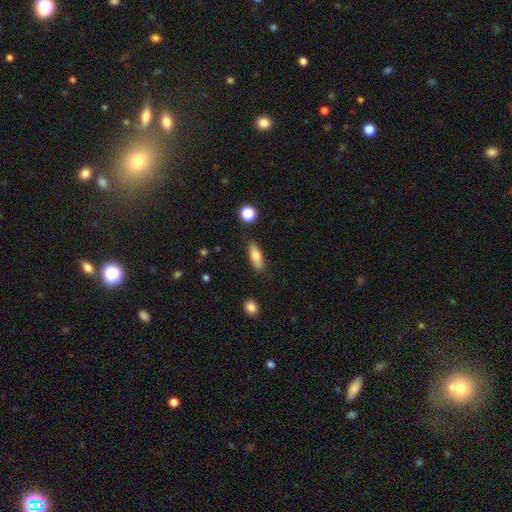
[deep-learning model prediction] Morphology: type=smooth (76%); roundness=in between (66%); merging=none (78%).